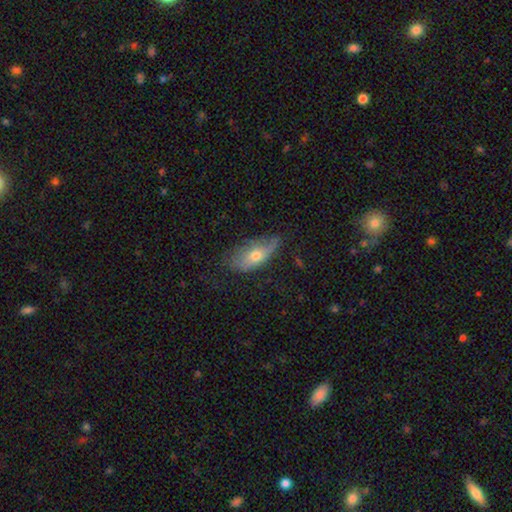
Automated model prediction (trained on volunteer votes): Morphology: type=smooth (60%); roundness=in between (82%); merging=none (44%).